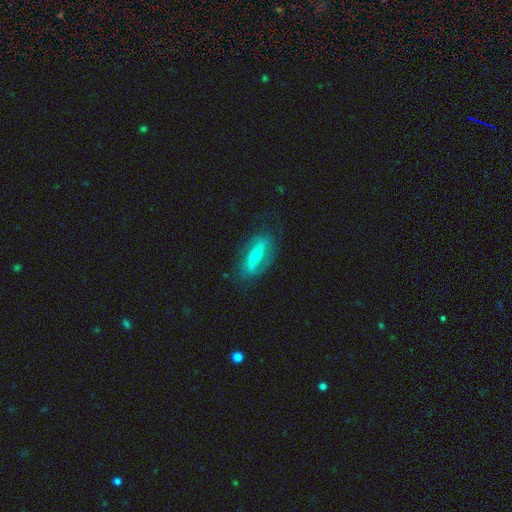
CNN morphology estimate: Q: Smooth or featured?
A: featured or disk (67%); runner-up: smooth (26%)
Q: Edge-on disk?
A: no (83%); runner-up: yes (17%)
Q: Bar?
A: strong (46%); runner-up: weak (29%)
Q: Spiral arms?
A: yes (73%); runner-up: no (27%)
Q: Bulge size?
A: small (53%); runner-up: moderate (41%)
Q: Merging?
A: none (71%); runner-up: minor disturbance (19%)